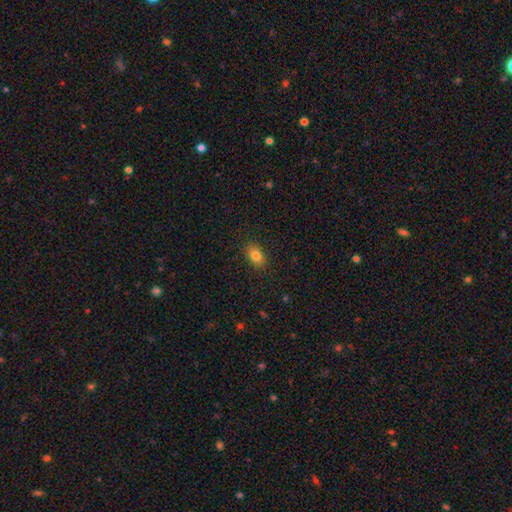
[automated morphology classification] A smooth galaxy with no disk features (82%) that is in between round and cigar-shaped (80%). Merging: none (88%).